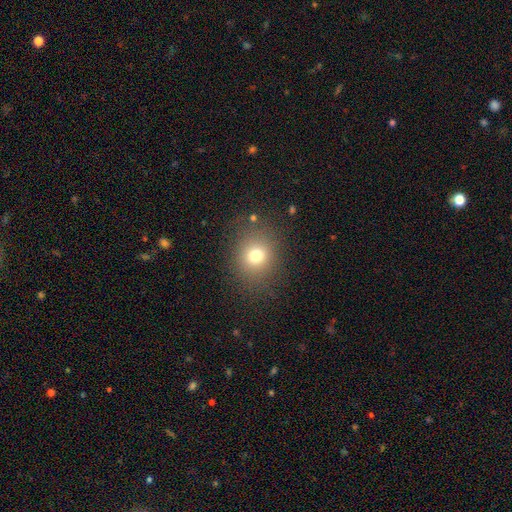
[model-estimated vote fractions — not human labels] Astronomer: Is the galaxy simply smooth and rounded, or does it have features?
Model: smooth — 73%.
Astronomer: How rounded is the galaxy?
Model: round — 70%.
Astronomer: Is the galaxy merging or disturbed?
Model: none — 83%.